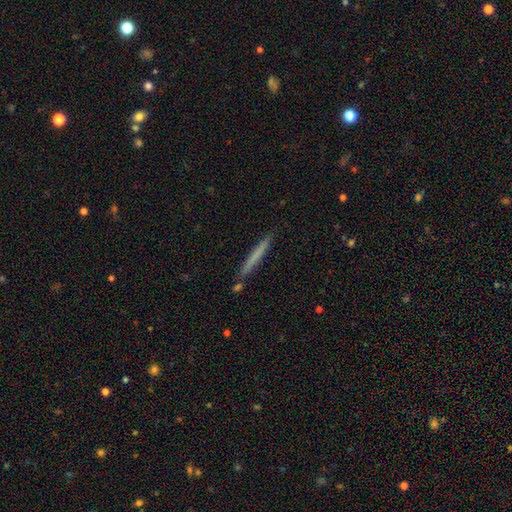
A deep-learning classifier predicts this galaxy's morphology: Smooth or featured?
  - smooth: 61% *
  - featured or disk: 33%
  - star or artifact: 6%
How rounded?
  - cigar-shaped: 97% *
  - in between: 2%
  - round: 1%
Merging?
  - none: 85% *
  - minor disturbance: 9%
  - merger: 4%
  - major disturbance: 2%